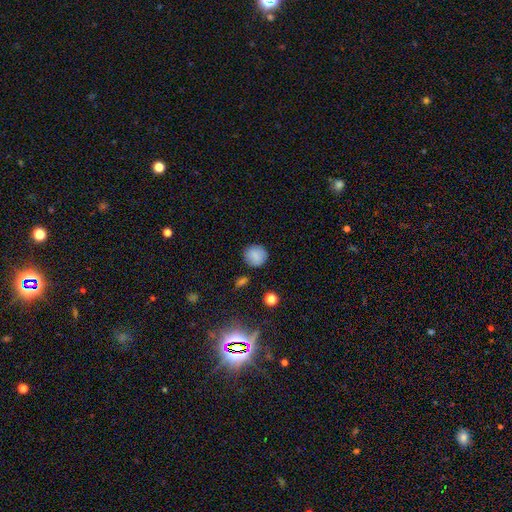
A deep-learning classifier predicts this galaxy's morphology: type=smooth (85%); roundness=round (90%); merging=none (85%).